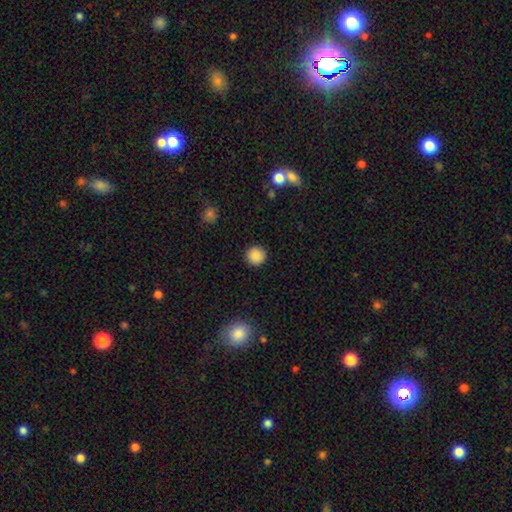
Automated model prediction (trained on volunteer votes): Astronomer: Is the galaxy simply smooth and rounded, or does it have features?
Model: smooth — 88%.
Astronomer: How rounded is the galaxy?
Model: round — 95%.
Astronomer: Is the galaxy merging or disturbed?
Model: none — 92%.